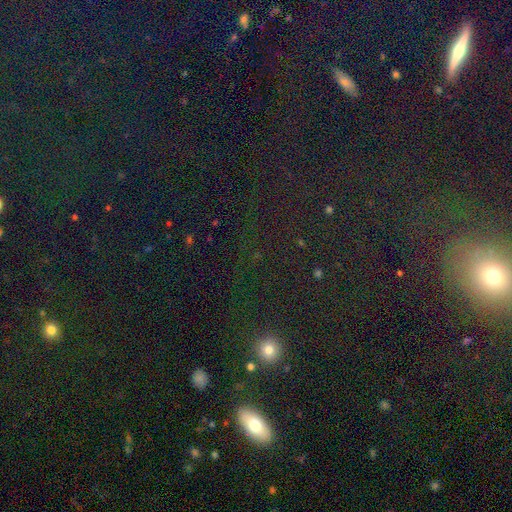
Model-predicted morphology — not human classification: Overall: star or artifact (56%; smooth 33%).